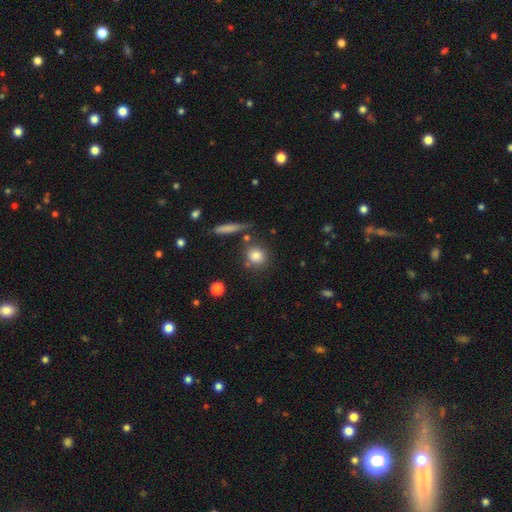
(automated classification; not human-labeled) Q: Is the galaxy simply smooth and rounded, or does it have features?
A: smooth — 82%.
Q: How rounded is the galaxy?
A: round — 78%.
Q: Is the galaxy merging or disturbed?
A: none — 74%.